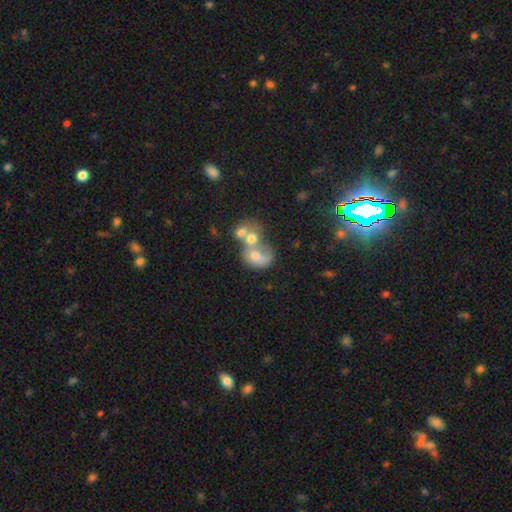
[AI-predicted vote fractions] A smooth galaxy with no disk features (52%) that is in between round and cigar-shaped (51%).

Vote fractions:
- Smooth or featured? smooth: 52% / featured or disk: 35% / star or artifact: 13%
- How rounded? in between: 51% / round: 48% / cigar-shaped: 1%
- Merging? merger: 71% / none: 14% / major disturbance: 8% / minor disturbance: 7%